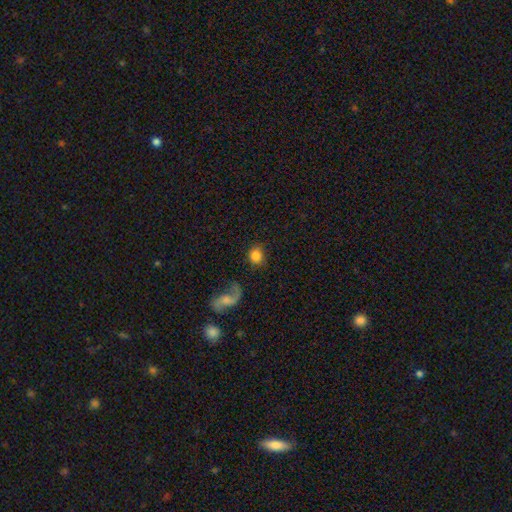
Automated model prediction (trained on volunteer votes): Morphology: type=smooth (76%); roundness=round (74%); merging=none (67%).